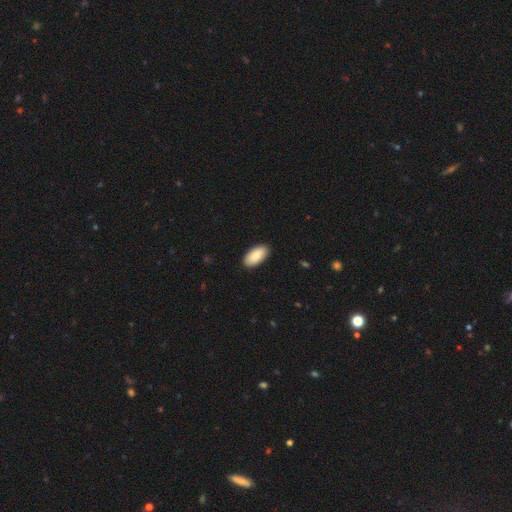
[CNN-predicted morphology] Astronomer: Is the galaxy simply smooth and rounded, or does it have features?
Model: smooth — 89%.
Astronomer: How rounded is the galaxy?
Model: in between — 94%.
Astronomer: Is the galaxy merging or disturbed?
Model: none — 90%.